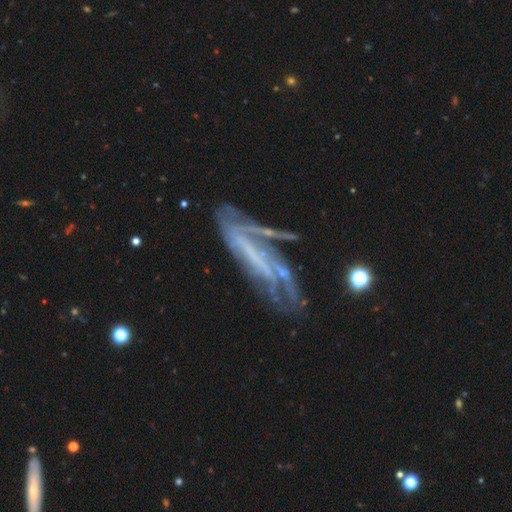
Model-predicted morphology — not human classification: Q: Smooth or featured?
A: featured or disk (73%); runner-up: smooth (16%)
Q: Edge-on disk?
A: no (71%); runner-up: yes (29%)
Q: Bar?
A: no (41%); runner-up: strong (35%)
Q: Spiral arms?
A: yes (67%); runner-up: no (33%)
Q: Bulge size?
A: none (64%); runner-up: small (23%)
Q: Merging?
A: none (46%); runner-up: major disturbance (24%)